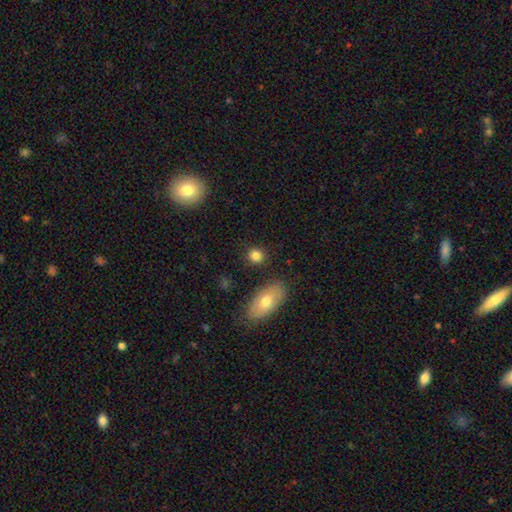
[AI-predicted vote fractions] Overall: smooth (83%). How rounded: round (79%). Merging: none (87%).